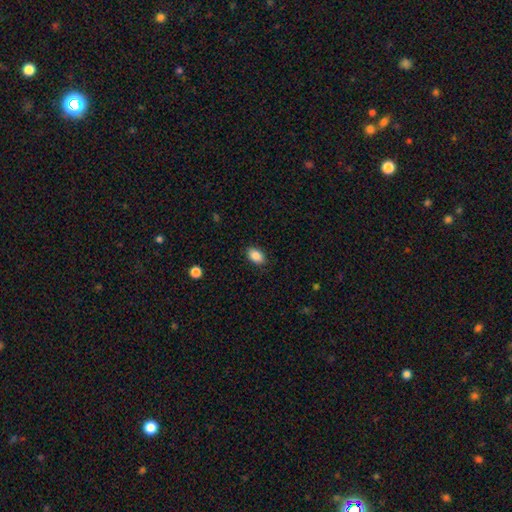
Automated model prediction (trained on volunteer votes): The model was most divided on "merging": none: 87%, minor disturbance: 10%, major disturbance: 2%, merger: 1%. More confident: how rounded — in between (88%); smooth or featured — smooth (88%).